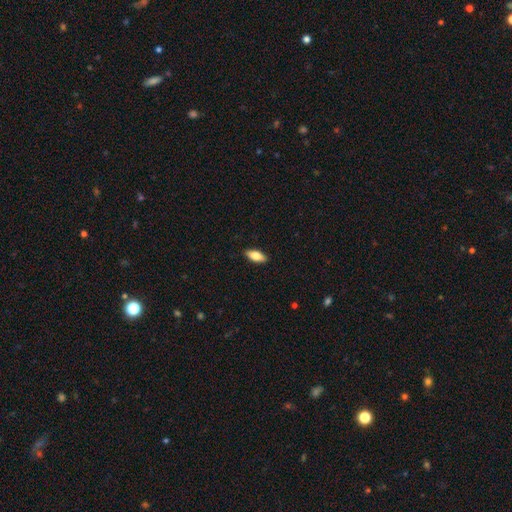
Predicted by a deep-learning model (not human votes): Morphology: type=smooth (80%); roundness=in between (84%); merging=none (90%).